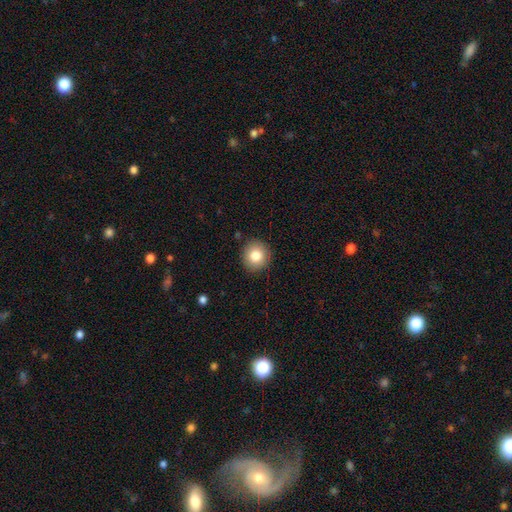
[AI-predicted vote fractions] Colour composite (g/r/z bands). It shows a smooth galaxy with no disk features (82%) that is round (90%). Merging: none (90%).